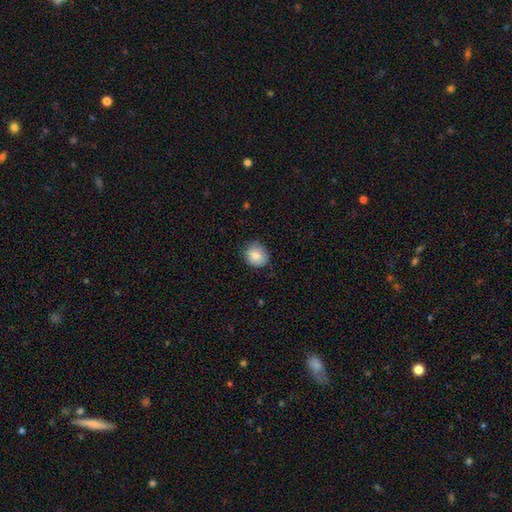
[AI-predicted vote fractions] A smooth galaxy with no disk features (85%) that is round (72%).

Vote fractions:
- Smooth or featured? smooth: 85% / star or artifact: 8% / featured or disk: 7%
- How rounded? round: 72% / in between: 27% / cigar-shaped: 1%
- Merging? none: 81% / minor disturbance: 15% / major disturbance: 3% / merger: 1%